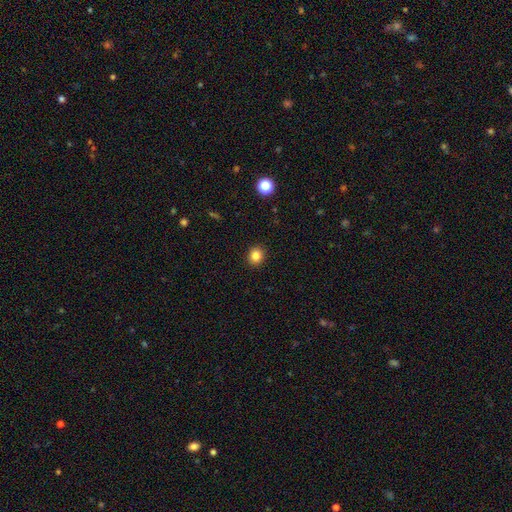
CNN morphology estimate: Smooth or featured: smooth — 83% (star or artifact — 12%)
How rounded: round — 83% (in between — 16%)
Merging: none — 92% (minor disturbance — 6%)